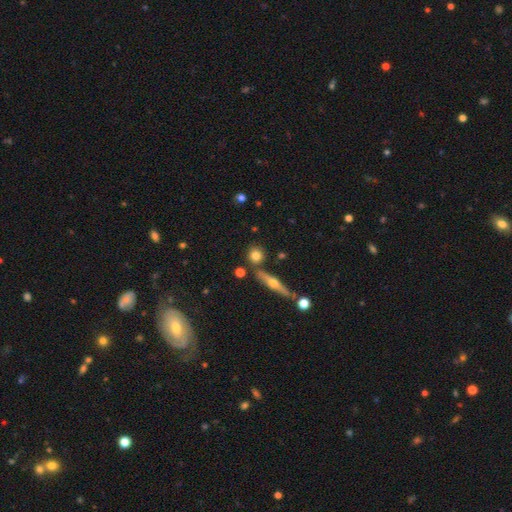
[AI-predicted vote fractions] Q: Smooth or featured?
A: smooth (71%); runner-up: featured or disk (19%)
Q: How rounded?
A: round (85%); runner-up: in between (10%)
Q: Merging?
A: none (76%); runner-up: merger (12%)